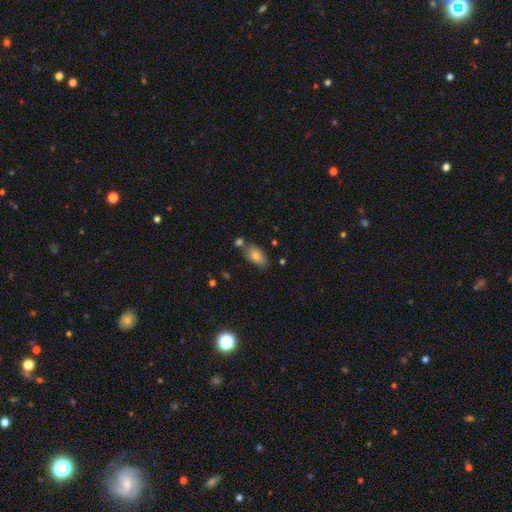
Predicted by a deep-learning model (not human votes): The model was most divided on "merging": none: 68%, minor disturbance: 15%, merger: 14%, major disturbance: 4%. More confident: how rounded — in between (90%); smooth or featured — smooth (79%).